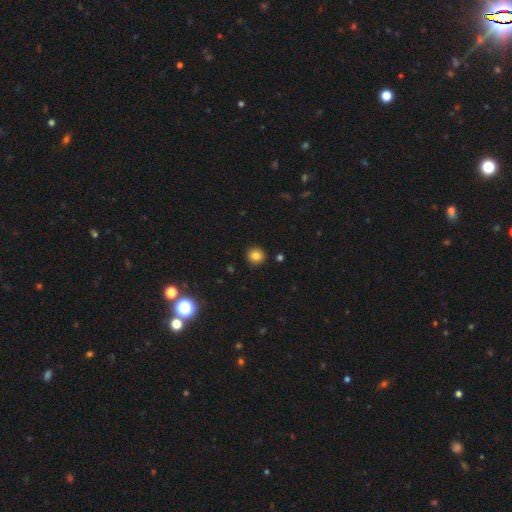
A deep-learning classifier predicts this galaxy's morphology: Overall: smooth (83%). How rounded: round (91%). Merging: none (91%).